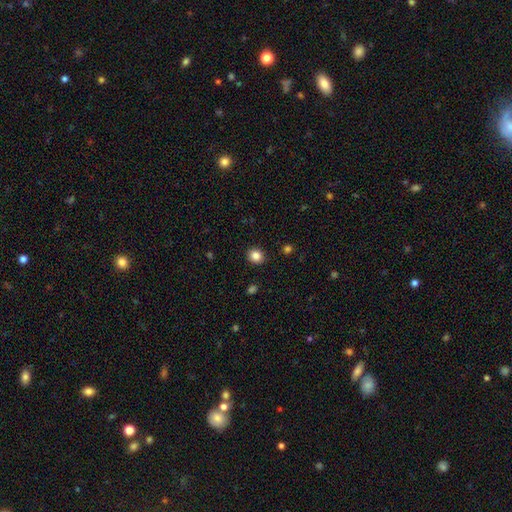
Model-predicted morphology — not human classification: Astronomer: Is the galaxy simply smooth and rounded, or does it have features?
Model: smooth — 84%.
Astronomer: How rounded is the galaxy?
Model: round — 79%.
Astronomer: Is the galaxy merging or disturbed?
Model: none — 91%.